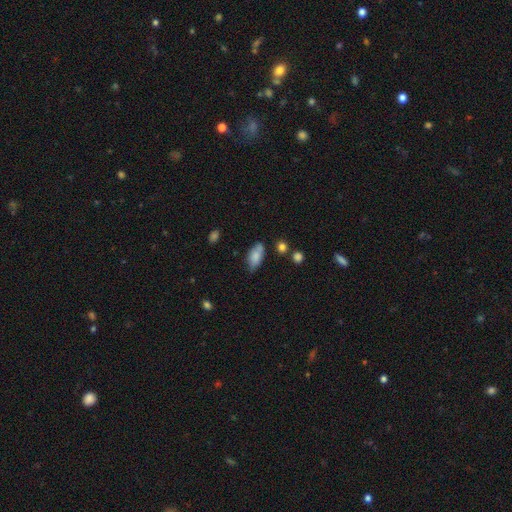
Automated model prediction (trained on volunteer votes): Smooth or featured? smooth (81%)
How rounded? in between (89%)
Merging? none (66%)